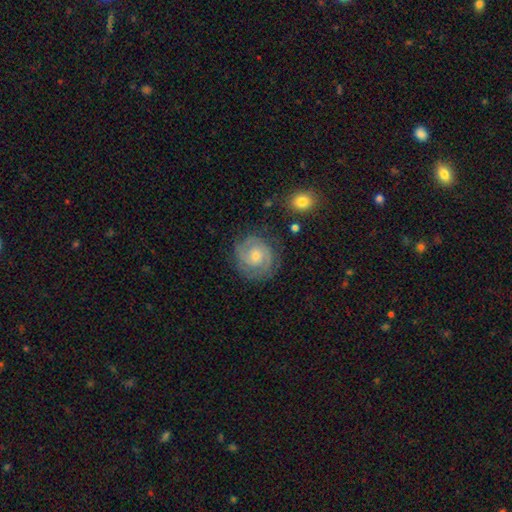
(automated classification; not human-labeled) Q: Smooth or featured?
A: featured or disk (80%); runner-up: smooth (13%)
Q: Edge-on disk?
A: no (98%); runner-up: yes (2%)
Q: Bar?
A: no (66%); runner-up: weak (29%)
Q: Spiral arms?
A: yes (95%); runner-up: no (5%)
Q: Spiral winding?
A: tight (67%); runner-up: medium (27%)
Q: Spiral arm count?
A: 2 (69%); runner-up: can't tell (13%)
Q: Bulge size?
A: moderate (49%); runner-up: small (45%)
Q: Merging?
A: none (81%); runner-up: minor disturbance (13%)